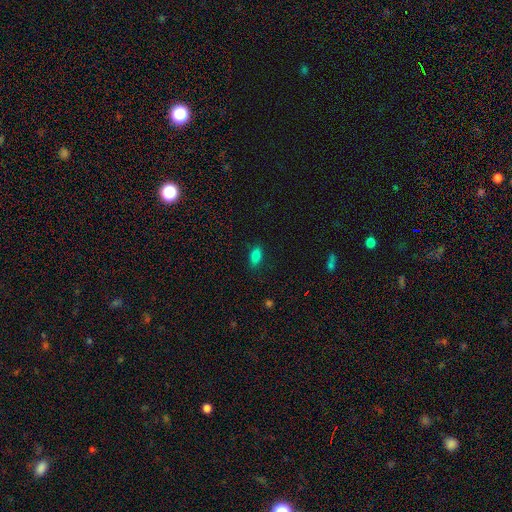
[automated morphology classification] smooth_or_featured: smooth (p=0.83) [alt: star or artifact p=0.11]
how_rounded: in between (p=0.88) [alt: cigar-shaped p=0.06]
merging: none (p=0.85) [alt: minor disturbance p=0.11]